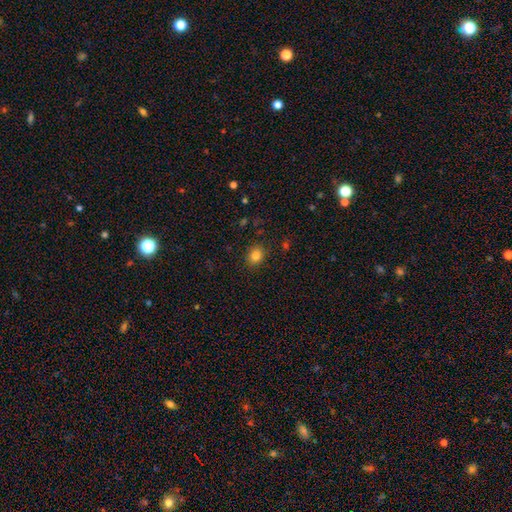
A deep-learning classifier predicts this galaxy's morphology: Smooth or featured? Predicted: smooth (p=0.83). How rounded? Predicted: round (p=0.58). Merging? Predicted: none (p=0.87).